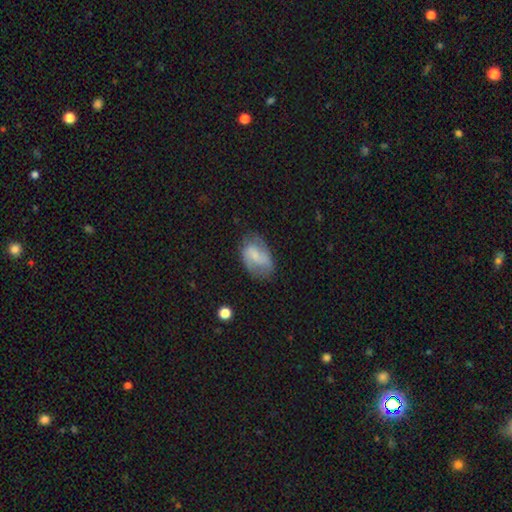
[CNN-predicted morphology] type=featured or disk (49%); merging=none (59%).